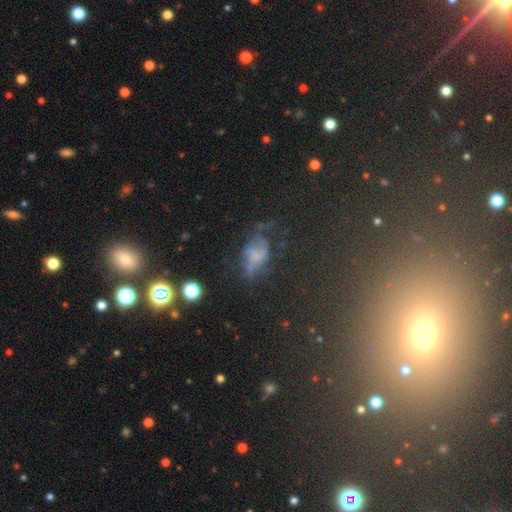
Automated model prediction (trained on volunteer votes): The model was most divided on "smooth or featured": featured or disk: 38%, smooth: 36%, star or artifact: 26%. Remaining: merging — none (38%).